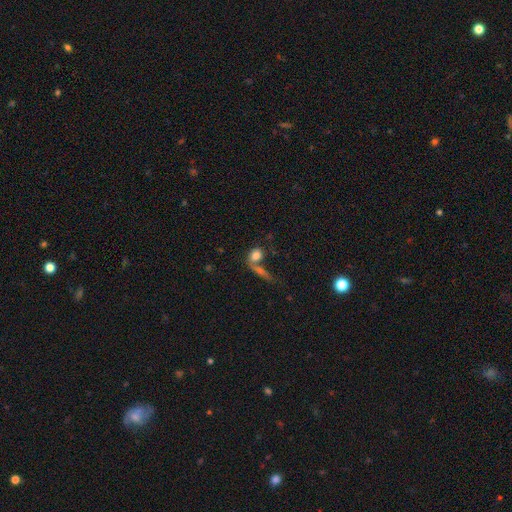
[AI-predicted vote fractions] Smooth or featured: smooth — 78% (featured or disk — 12%)
How rounded: in between — 56% (round — 38%)
Merging: none — 40% (merger — 38%)